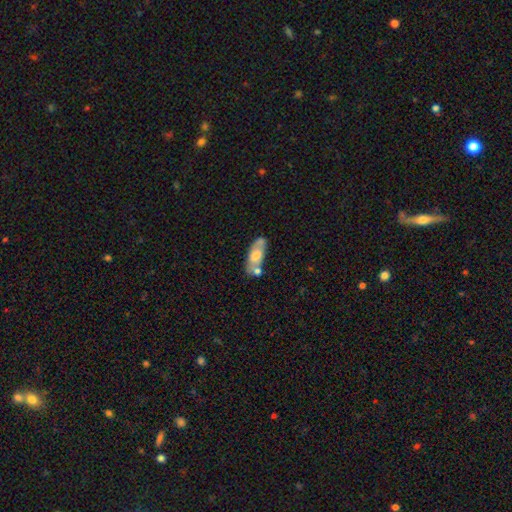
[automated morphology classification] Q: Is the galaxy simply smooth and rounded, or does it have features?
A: smooth — 52%.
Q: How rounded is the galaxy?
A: in between — 80%.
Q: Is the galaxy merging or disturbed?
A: none — 48%.